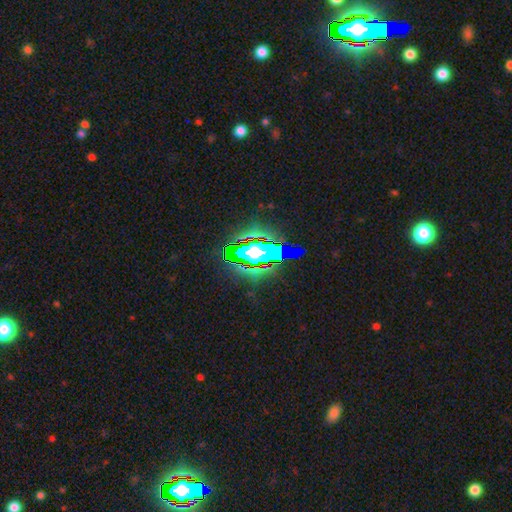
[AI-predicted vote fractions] Smooth or featured? Predicted: star or artifact (p=0.64).